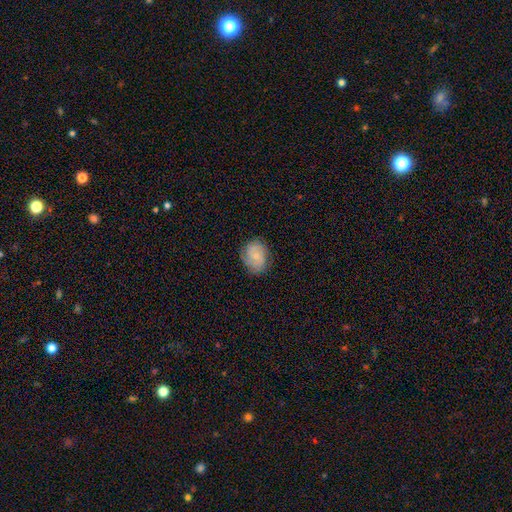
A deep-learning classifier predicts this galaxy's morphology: A featured or disk galaxy (53%) with no bar (73%), spiral arms (88%) and a small central bulge (67%).

Vote fractions:
- Smooth or featured? featured or disk: 53% / smooth: 40% / star or artifact: 8%
- Edge-on disk? no: 97% / yes: 3%
- Bar? no: 73% / weak: 24% / strong: 3%
- Spiral arms? yes: 88% / no: 12%
- Bulge size? small: 67% / moderate: 26% / none: 4% / large: 1% / dominant: 1%
- Merging? none: 77% / minor disturbance: 17% / major disturbance: 5% / merger: 1%